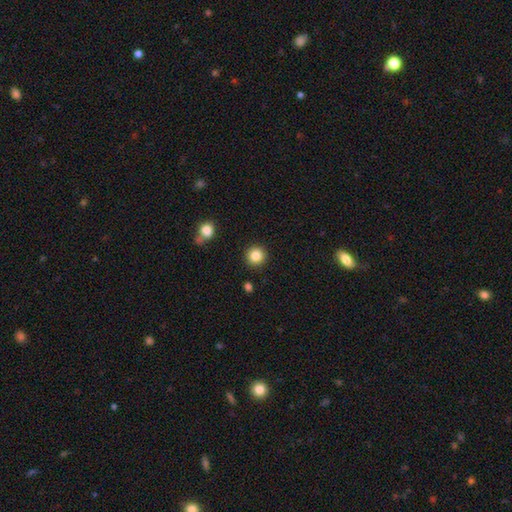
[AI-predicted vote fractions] smooth 85%, star or artifact 10%, featured or disk 5%. Down the decision tree: how rounded — round (94%); merging — none (91%).